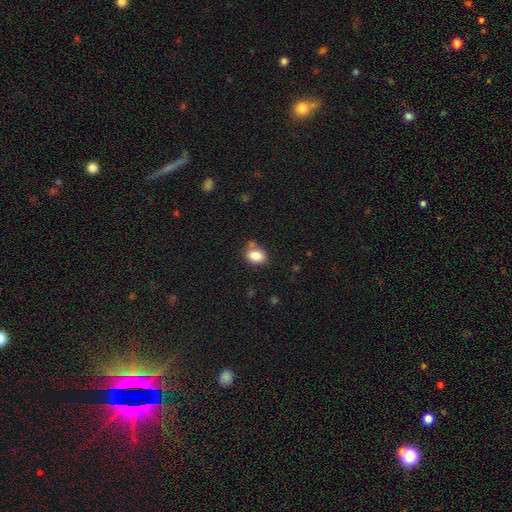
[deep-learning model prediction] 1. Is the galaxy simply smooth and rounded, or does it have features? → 84% smooth, 9% star or artifact, 7% featured or disk.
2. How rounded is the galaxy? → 72% in between, 26% round, 1% cigar-shaped.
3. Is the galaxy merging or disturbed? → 64% none, 19% minor disturbance, 12% merger, 5% major disturbance.